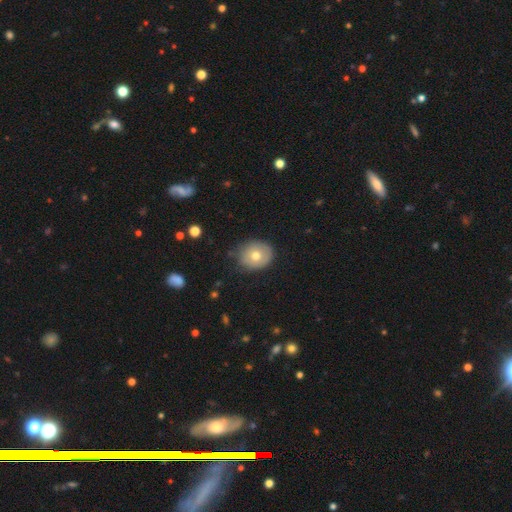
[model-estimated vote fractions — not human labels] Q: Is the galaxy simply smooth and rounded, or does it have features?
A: smooth — 68%.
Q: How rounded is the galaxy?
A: round — 67%.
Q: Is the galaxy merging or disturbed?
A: none — 72%.